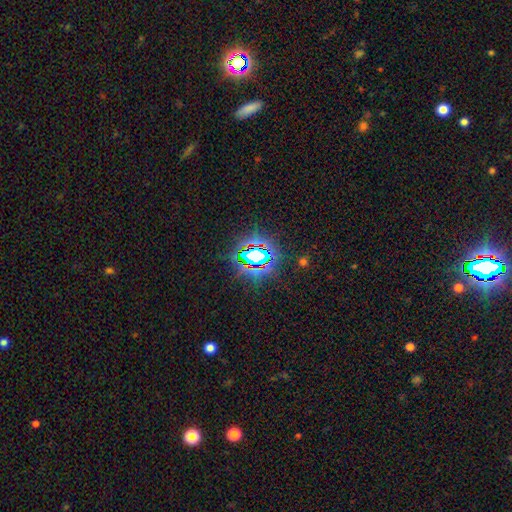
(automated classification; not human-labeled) This appears to be a star or artifact, not a galaxy (70%).